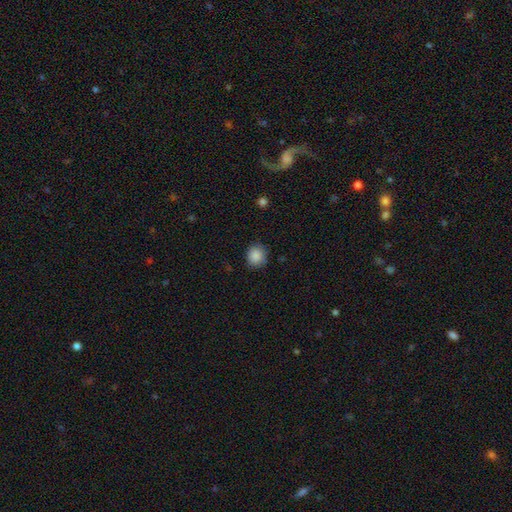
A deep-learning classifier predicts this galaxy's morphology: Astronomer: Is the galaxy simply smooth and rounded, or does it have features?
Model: smooth — 88%.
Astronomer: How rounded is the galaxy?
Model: round — 83%.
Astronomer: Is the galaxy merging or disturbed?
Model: none — 83%.